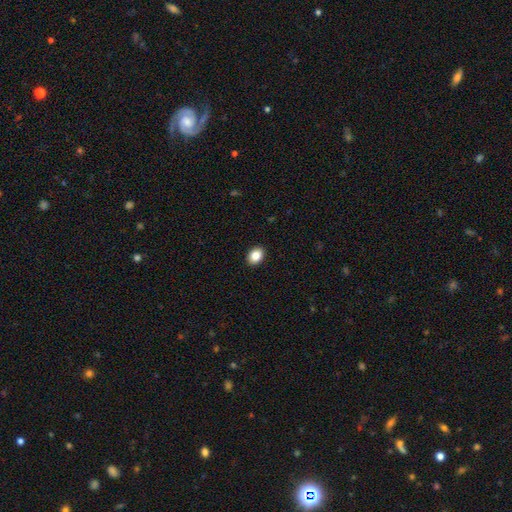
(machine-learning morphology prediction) This is clearly a smooth galaxy (87%). How rounded: likely in between (72%). Merging: clearly none (91%).